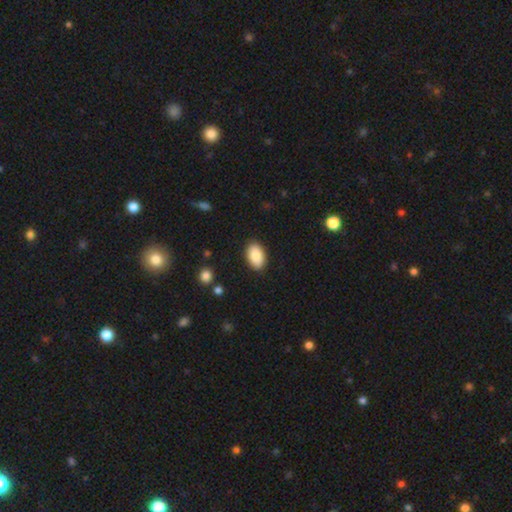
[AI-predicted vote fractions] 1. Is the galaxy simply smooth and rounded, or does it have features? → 88% smooth, 7% star or artifact, 6% featured or disk.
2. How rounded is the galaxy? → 92% in between, 6% round, 1% cigar-shaped.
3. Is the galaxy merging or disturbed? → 89% none, 8% minor disturbance, 2% major disturbance, 1% merger.